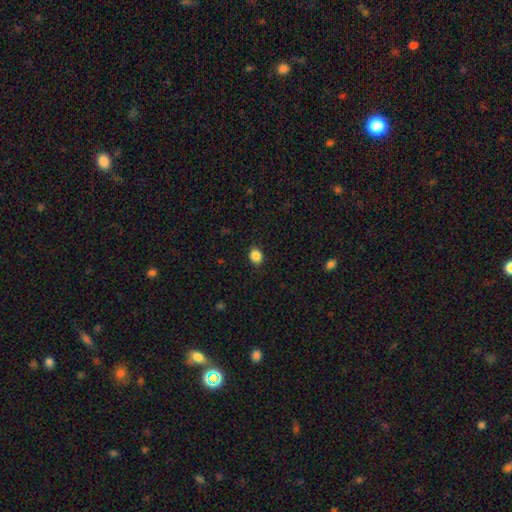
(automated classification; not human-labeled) smooth_or_featured: smooth (p=0.87) [alt: star or artifact p=0.10]
how_rounded: round (p=0.59) [alt: in between p=0.40]
merging: none (p=0.87) [alt: minor disturbance p=0.10]